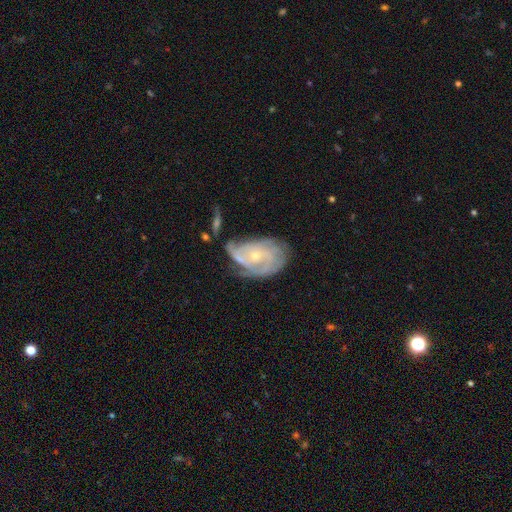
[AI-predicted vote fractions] Smooth or featured? Predicted: featured or disk (p=0.82). Edge-on disk? Predicted: no (p=0.97). Bar? Predicted: no (p=0.72). Spiral arms? Predicted: yes (p=0.92). Spiral winding? Predicted: tight (p=0.56). Spiral arm count? Predicted: can't tell (p=0.33). Bulge size? Predicted: small (p=0.69). Merging? Predicted: none (p=0.41).